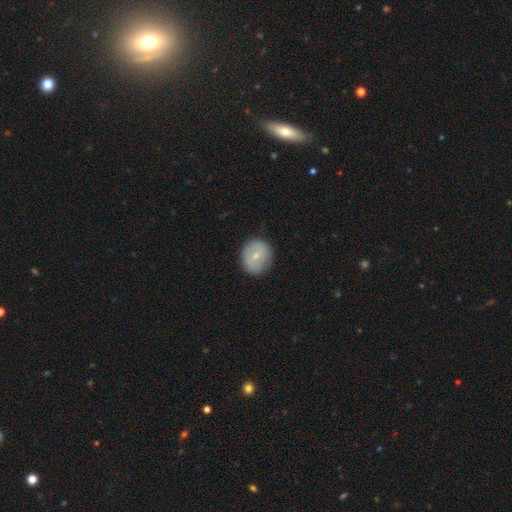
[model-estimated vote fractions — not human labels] This is likely a smooth galaxy (64%). How rounded: clearly round (81%). Merging: clearly none (85%).